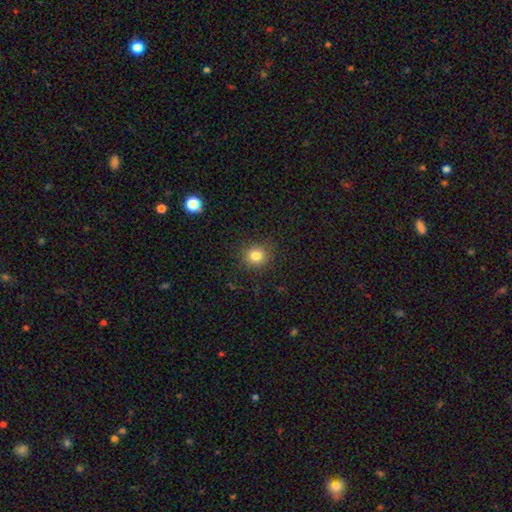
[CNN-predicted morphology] Smooth or featured: smooth — 82% (star or artifact — 12%)
How rounded: round — 86% (in between — 13%)
Merging: none — 88% (minor disturbance — 8%)